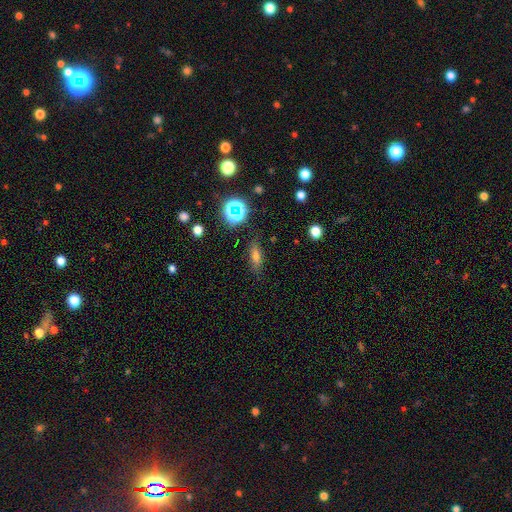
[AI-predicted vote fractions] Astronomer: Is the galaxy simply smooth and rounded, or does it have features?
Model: smooth — 67%.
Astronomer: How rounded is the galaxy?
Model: in between — 58% (runner-up: cigar-shaped, 33%).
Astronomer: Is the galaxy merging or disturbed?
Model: none — 82%.